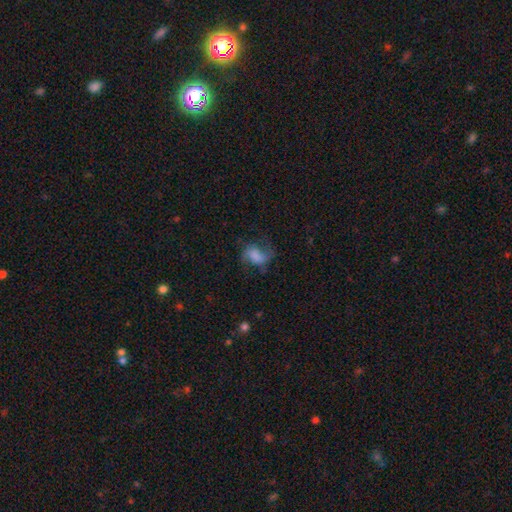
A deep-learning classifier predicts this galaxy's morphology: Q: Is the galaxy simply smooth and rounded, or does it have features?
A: smooth — 51%.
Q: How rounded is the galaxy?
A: in between — 75%.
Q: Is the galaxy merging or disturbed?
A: none — 46%.